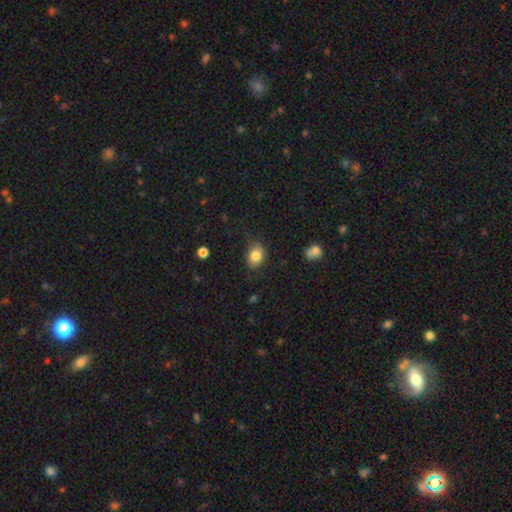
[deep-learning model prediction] This appears to be a smooth galaxy with no disk features (82%) that is in between round and cigar-shaped (65%). Merging: none (75%).